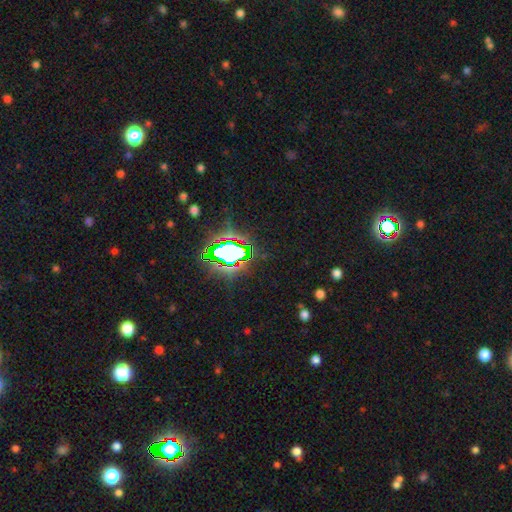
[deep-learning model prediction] Q: Smooth or featured?
A: star or artifact (79%); runner-up: smooth (12%)